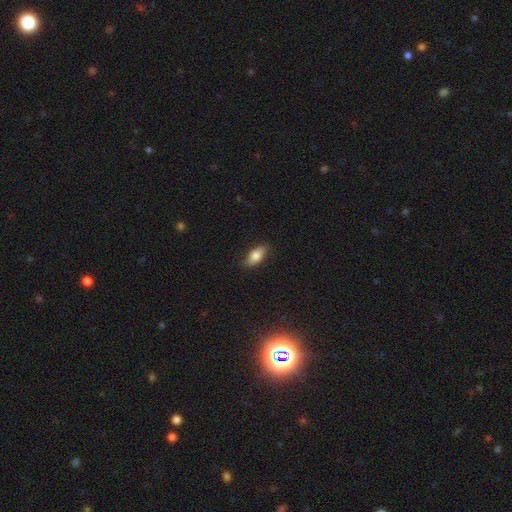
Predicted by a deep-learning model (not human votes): smooth-or-featured: smooth: 77% | featured or disk: 16% | star or artifact: 7%
  how-rounded: in between: 85% | cigar-shaped: 12% | round: 3%
  merging: none: 85% | minor disturbance: 12% | major disturbance: 2% | merger: 1%